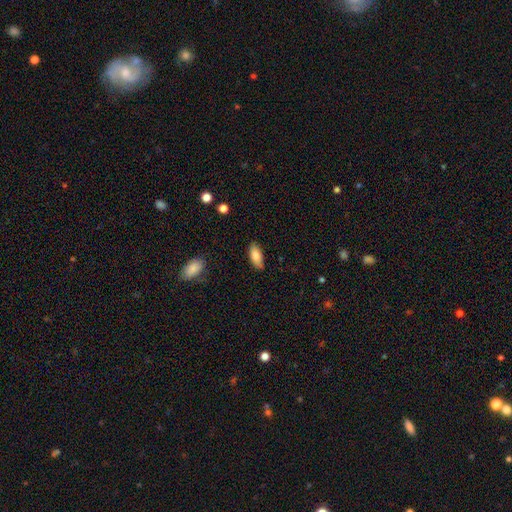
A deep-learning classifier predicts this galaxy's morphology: This appears to be a smooth galaxy with no disk features (86%) that is in between round and cigar-shaped (84%). Merging: none (83%).